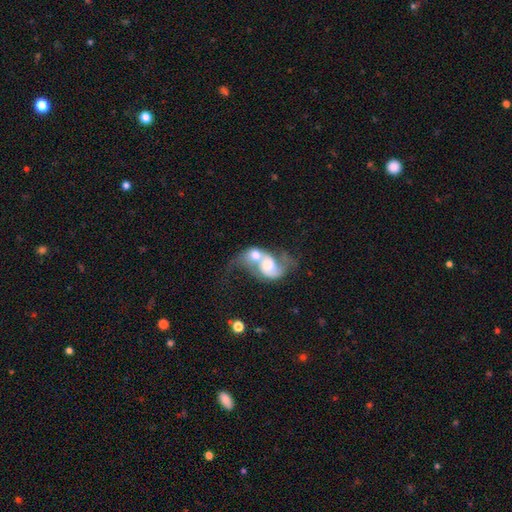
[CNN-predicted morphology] Overall: featured or disk (61%; smooth 32%). Edge-on disk: no (97%). Bar: no (66%). Spiral arms: yes (76%). Bulge size: moderate (43%; large 23%). Merging: merger (73%).